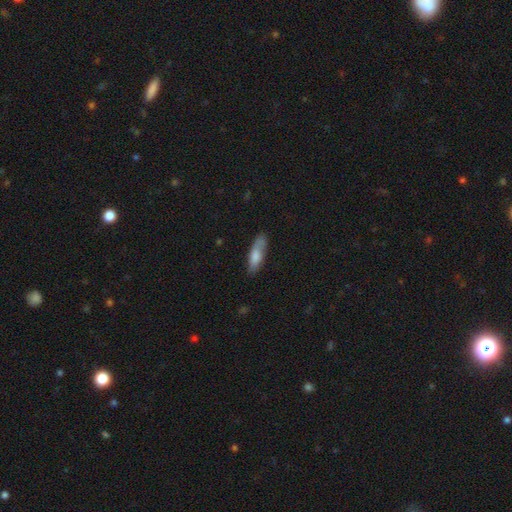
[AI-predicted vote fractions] This is likely a smooth galaxy (74%). How rounded: possibly cigar-shaped (54%). Merging: likely none (69%).